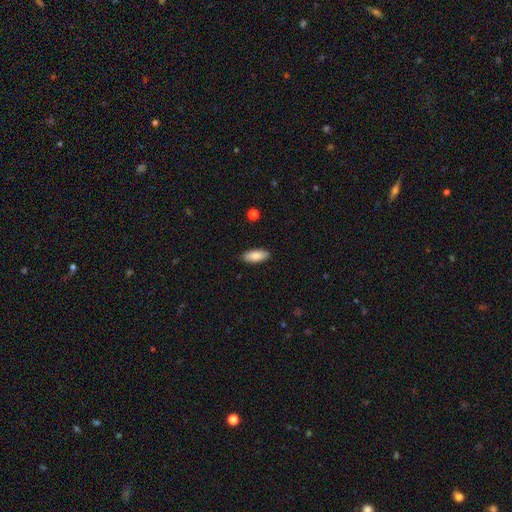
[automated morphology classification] smooth 87%, featured or disk 7%, star or artifact 6%. Down the decision tree: how rounded — in between (82%); merging — none (89%).